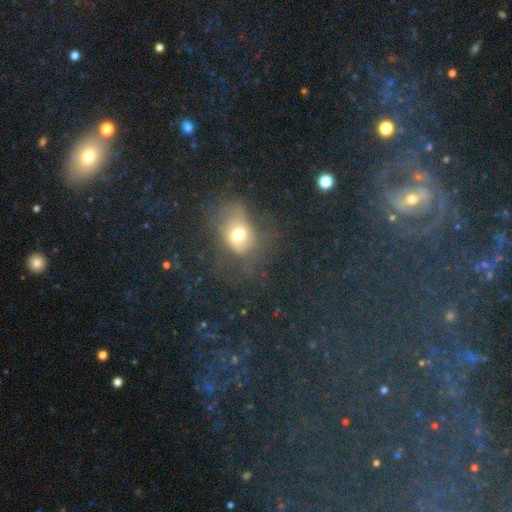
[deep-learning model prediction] smooth 56%, star or artifact 30%, featured or disk 14%. Down the decision tree: how rounded — in between (64%); merging — none (79%).